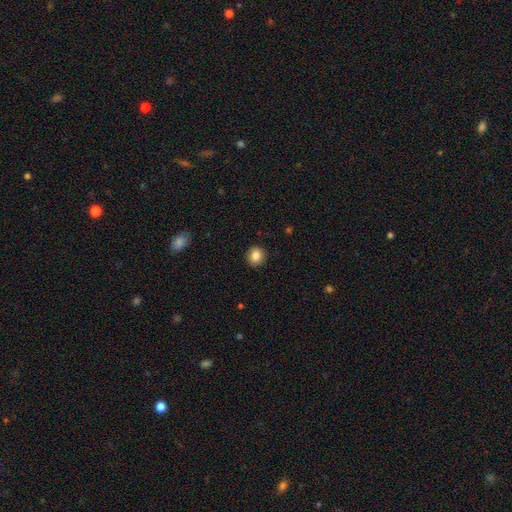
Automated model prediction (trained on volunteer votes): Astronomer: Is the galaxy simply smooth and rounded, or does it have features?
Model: smooth — 84%.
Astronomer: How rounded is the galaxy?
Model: round — 89%.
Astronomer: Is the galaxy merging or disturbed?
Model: none — 92%.